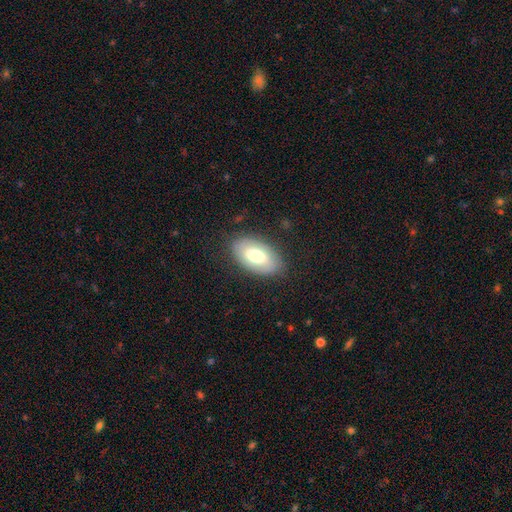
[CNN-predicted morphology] A smooth galaxy with no disk features (65%) that is in between round and cigar-shaped (94%). Merging: none (82%).